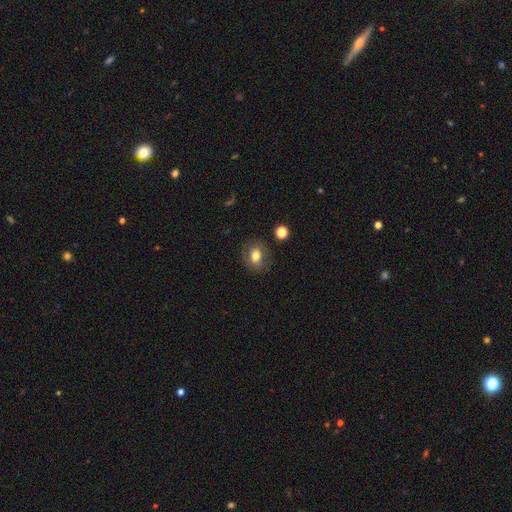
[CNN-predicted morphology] Smooth or featured? Predicted: smooth (p=0.69). How rounded? Predicted: round (p=0.53). Merging? Predicted: none (p=0.82).